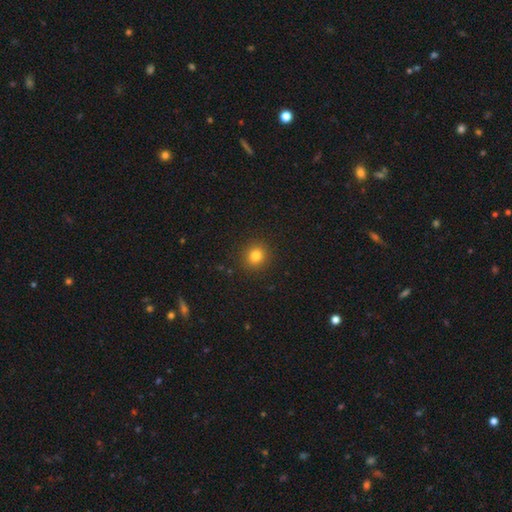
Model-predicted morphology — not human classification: The model was most divided on "smooth or featured": smooth: 82%, star or artifact: 12%, featured or disk: 6%. More confident: merging — none (91%); how rounded — round (86%).